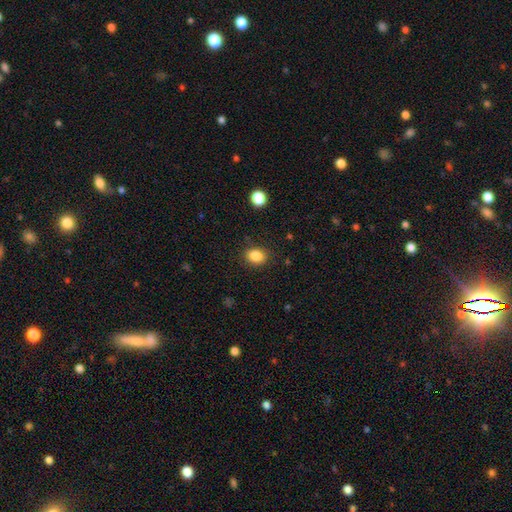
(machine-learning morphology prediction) smooth_or_featured: smooth (p=0.86) [alt: star or artifact p=0.10]
how_rounded: in between (p=0.60) [alt: round p=0.39]
merging: none (p=0.84) [alt: minor disturbance p=0.11]